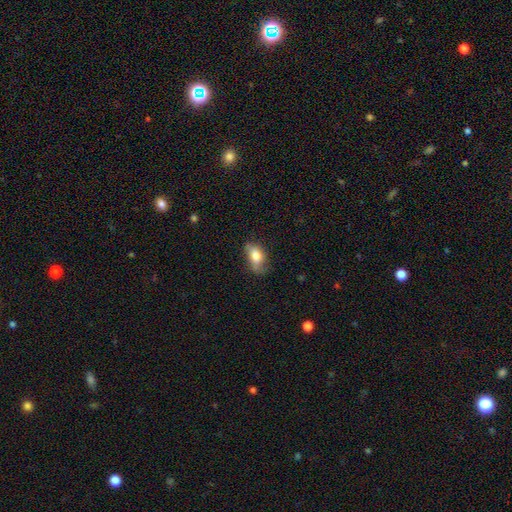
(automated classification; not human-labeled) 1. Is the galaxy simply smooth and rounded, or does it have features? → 76% smooth, 16% featured or disk, 8% star or artifact.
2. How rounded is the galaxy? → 88% in between, 8% round, 4% cigar-shaped.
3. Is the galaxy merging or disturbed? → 54% none, 33% minor disturbance, 11% major disturbance, 2% merger.